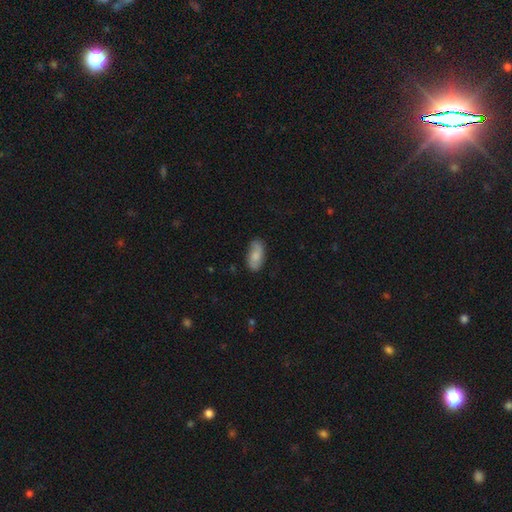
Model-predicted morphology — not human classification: smooth 69%, featured or disk 24%, star or artifact 7%. Down the decision tree: how rounded — in between (91%); merging — none (76%).